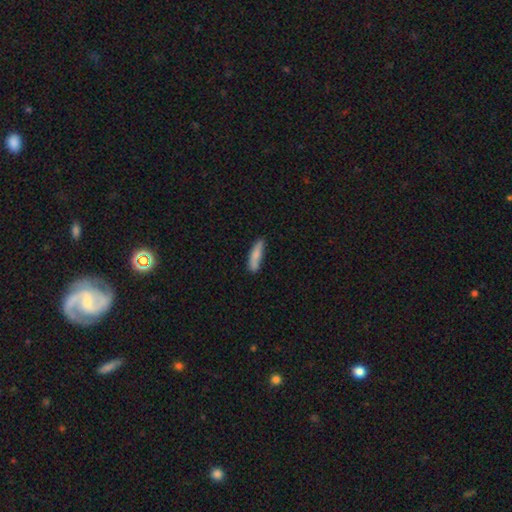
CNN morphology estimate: A smooth galaxy with no disk features (80%) that is cigar-shaped (75%). Merging: none (67%).